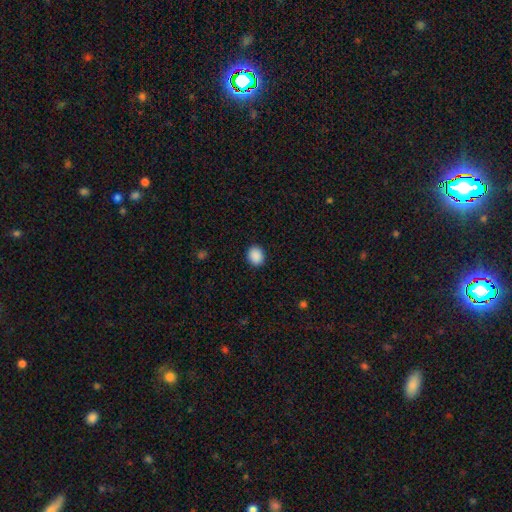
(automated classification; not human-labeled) A smooth galaxy with no disk features (90%) that is round (61%). Merging: none (91%).